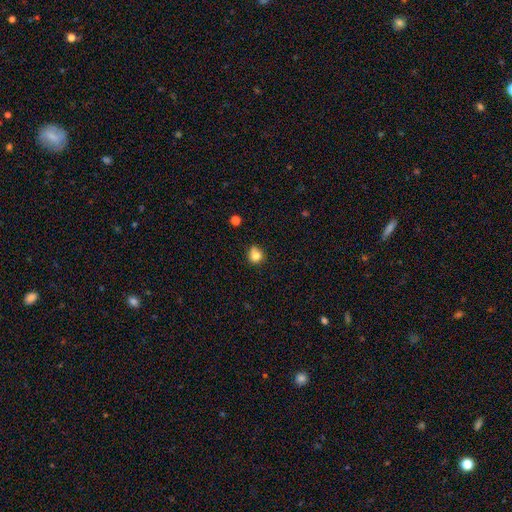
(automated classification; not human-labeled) Smooth or featured: smooth — 79% (star or artifact — 12%)
How rounded: round — 81% (in between — 18%)
Merging: none — 54% (minor disturbance — 26%)